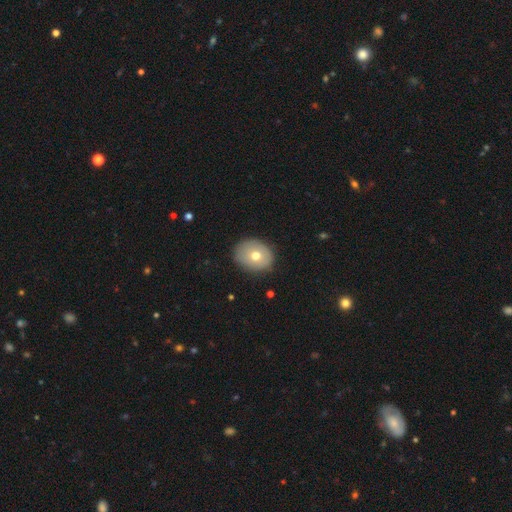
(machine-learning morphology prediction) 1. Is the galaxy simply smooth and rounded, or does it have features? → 69% smooth, 22% featured or disk, 9% star or artifact.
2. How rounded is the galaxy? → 51% round, 48% in between, 1% cigar-shaped.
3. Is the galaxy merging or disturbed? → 84% none, 12% minor disturbance, 3% major disturbance, 1% merger.